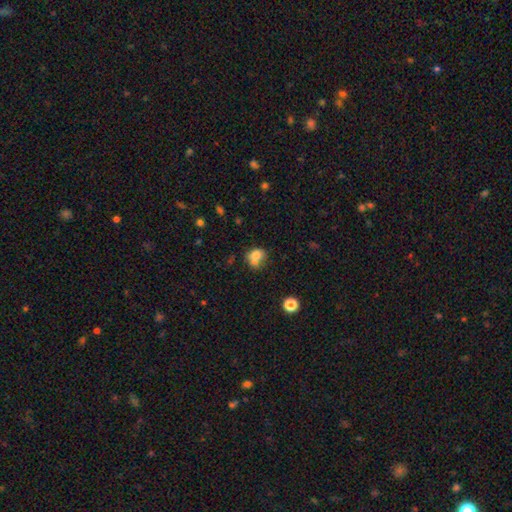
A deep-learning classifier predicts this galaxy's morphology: Smooth or featured: smooth — 73% (featured or disk — 15%)
How rounded: round — 62% (in between — 37%)
Merging: merger — 45% (none — 36%)